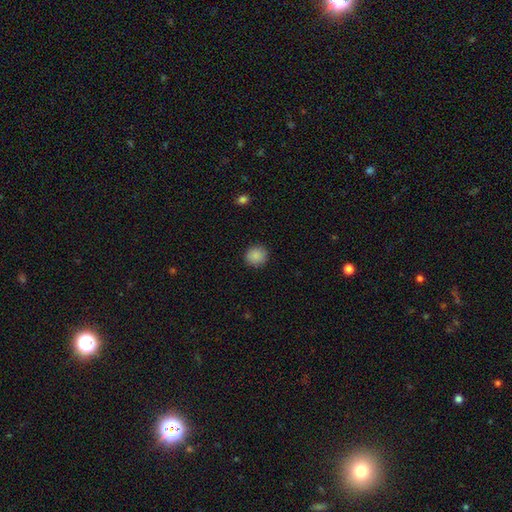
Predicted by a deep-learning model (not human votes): smooth 88%, star or artifact 9%, featured or disk 3%. Down the decision tree: how rounded — round (89%); merging — none (91%).